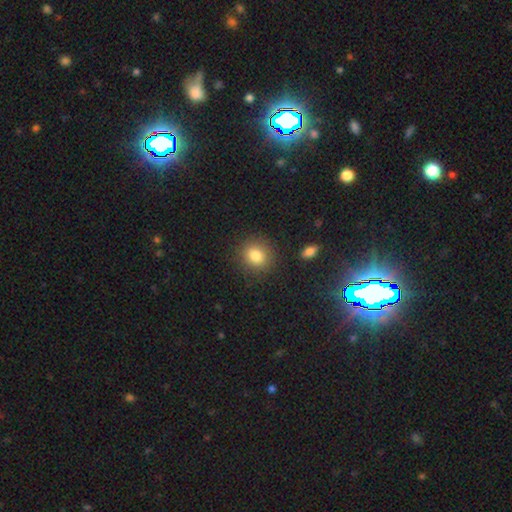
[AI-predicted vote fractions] Morphology: type=smooth (83%); roundness=round (76%); merging=none (87%).